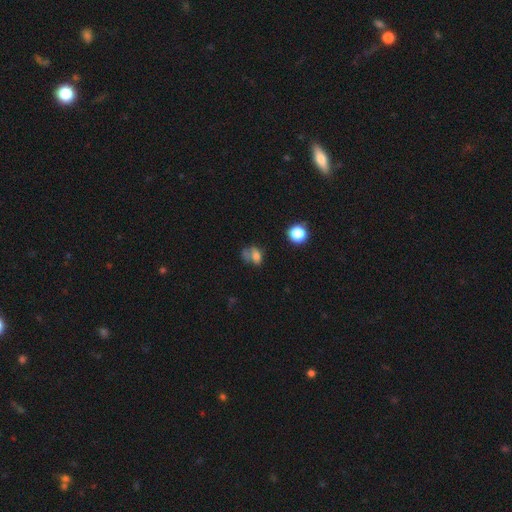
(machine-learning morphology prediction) smooth-or-featured: smooth: 65% | featured or disk: 18% | star or artifact: 17%
  how-rounded: in between: 66% | round: 32% | cigar-shaped: 2%
  merging: none: 31% | major disturbance: 29% | minor disturbance: 23% | merger: 17%